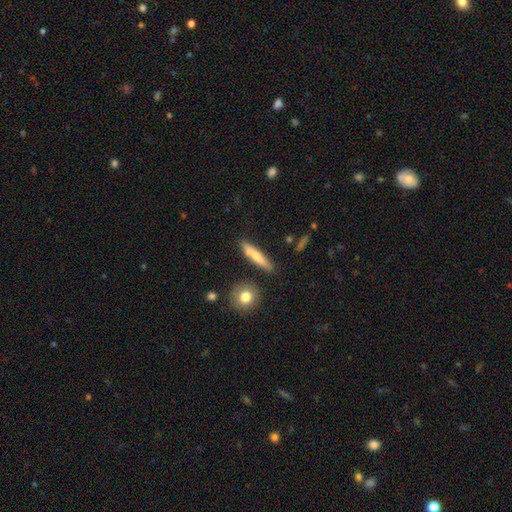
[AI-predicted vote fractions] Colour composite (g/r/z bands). It shows a smooth galaxy with no disk features (65%) that is cigar-shaped (86%). Merging: none (83%).